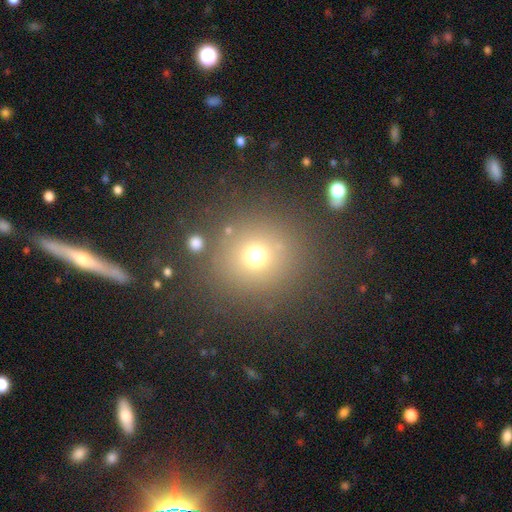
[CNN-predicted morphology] The model was most divided on "smooth or featured": smooth: 69%, star or artifact: 21%, featured or disk: 10%. More confident: how rounded — round (90%); merging — none (83%).